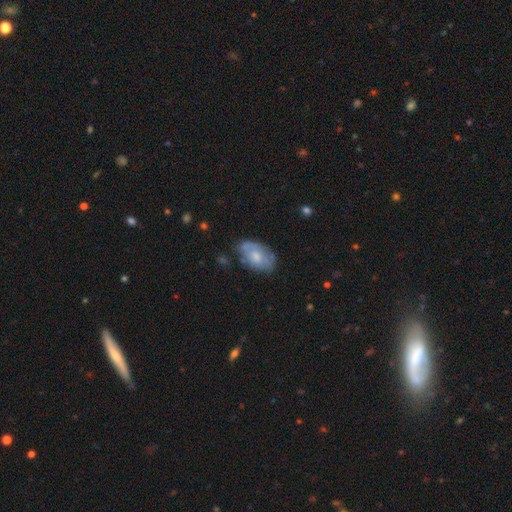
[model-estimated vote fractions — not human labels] This appears to be a smooth galaxy with no disk features (52%) that is in between round and cigar-shaped (91%). Merging: none (60%).